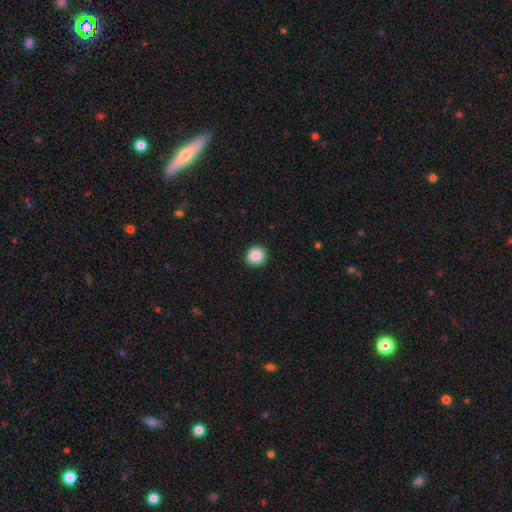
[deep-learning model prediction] Smooth or featured: smooth — 87% (star or artifact — 8%)
How rounded: round — 92% (in between — 7%)
Merging: none — 92% (minor disturbance — 5%)